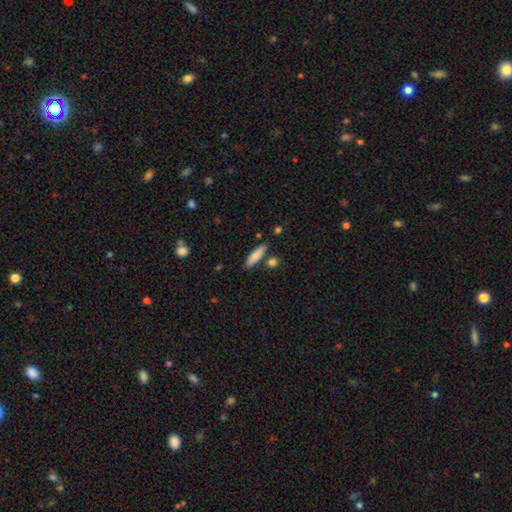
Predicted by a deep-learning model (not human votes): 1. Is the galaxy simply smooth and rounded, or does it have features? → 83% smooth, 11% featured or disk, 6% star or artifact.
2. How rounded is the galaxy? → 66% cigar-shaped, 32% in between, 2% round.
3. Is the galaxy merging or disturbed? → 81% none, 10% minor disturbance, 6% merger, 2% major disturbance.